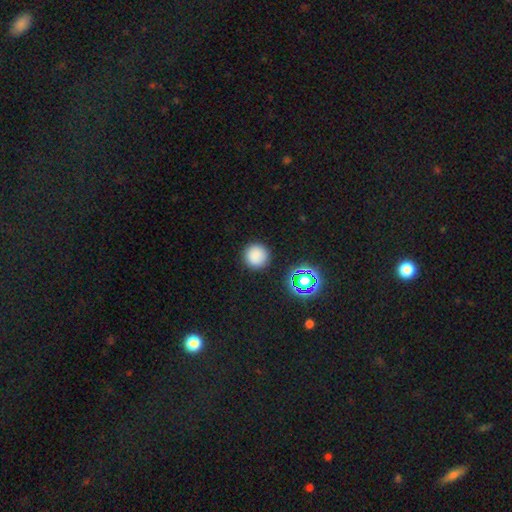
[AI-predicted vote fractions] The model was most divided on "smooth or featured": smooth: 82%, star or artifact: 14%, featured or disk: 4%. More confident: how rounded — round (96%); merging — none (90%).